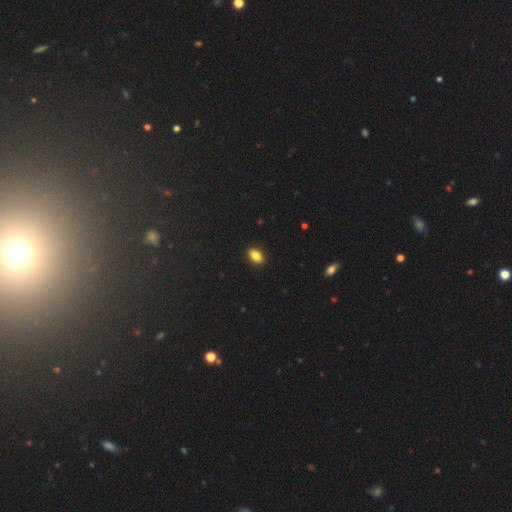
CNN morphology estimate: A smooth galaxy with no disk features (85%) that is in between round and cigar-shaped (86%).

Vote fractions:
- Smooth or featured? smooth: 85% / star or artifact: 9% / featured or disk: 6%
- How rounded? in between: 86% / round: 12% / cigar-shaped: 2%
- Merging? none: 91% / minor disturbance: 7% / major disturbance: 2% / merger: 1%